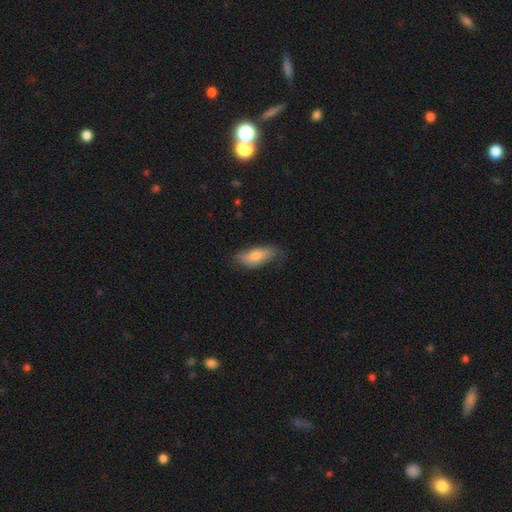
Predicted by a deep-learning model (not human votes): A smooth galaxy with no disk features (66%) that is in between round and cigar-shaped (72%). Merging: none (68%).